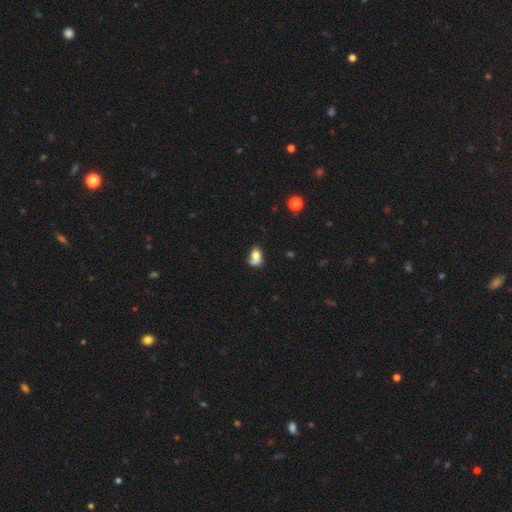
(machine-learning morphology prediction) A smooth galaxy with no disk features (70%) that is in between round and cigar-shaped (69%).

Vote fractions:
- Smooth or featured? smooth: 70% / featured or disk: 20% / star or artifact: 10%
- How rounded? in between: 69% / round: 29% / cigar-shaped: 2%
- Merging? merger: 32% / none: 31% / minor disturbance: 20% / major disturbance: 16%